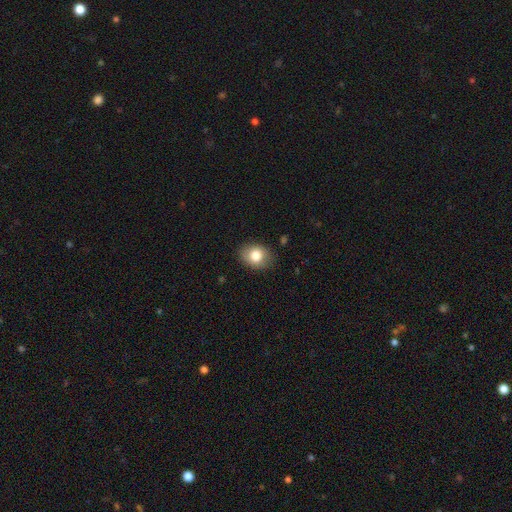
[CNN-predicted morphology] This is clearly a smooth galaxy (81%). How rounded: possibly in between (58%). Merging: clearly none (85%).